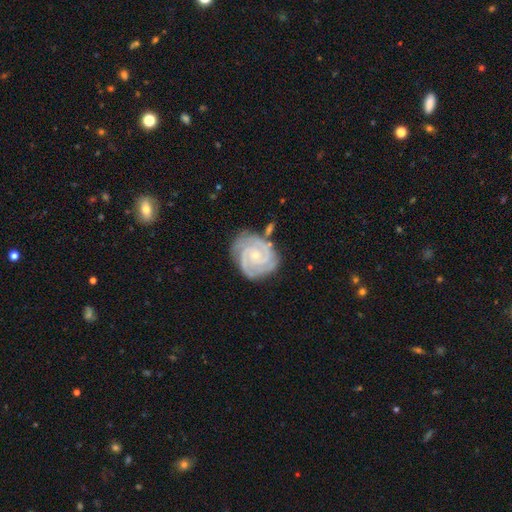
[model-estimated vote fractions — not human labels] This is clearly a featured or disk galaxy (91%). It is clearly not viewed edge-on (98%). Bar: likely no (70%). Spiral arm pattern: clearly yes (98%). Spiral arm count: marginally 3 (41%). Spiral winding: likely tight (75%). Central bulge: likely small (74%). Merging: likely none (71%).